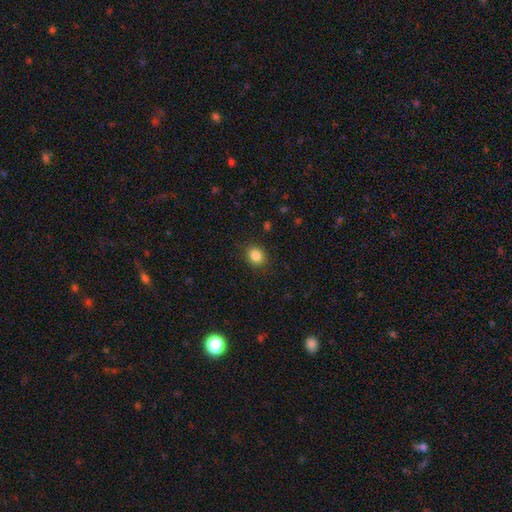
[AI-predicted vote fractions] smooth_or_featured: smooth (p=0.85) [alt: star or artifact p=0.10]
how_rounded: round (p=0.60) [alt: in between p=0.39]
merging: none (p=0.87) [alt: minor disturbance p=0.09]